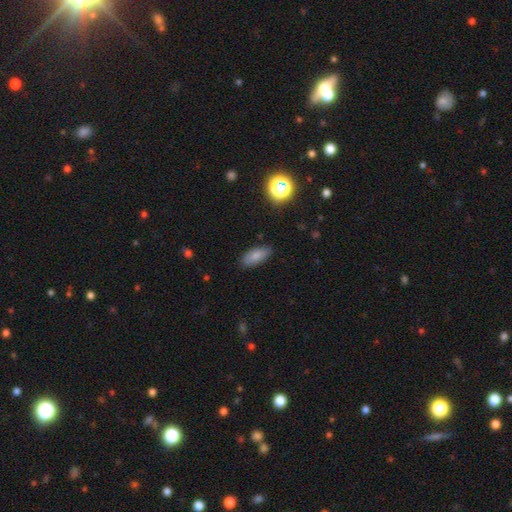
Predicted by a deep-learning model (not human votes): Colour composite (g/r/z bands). It shows a smooth galaxy with no disk features (82%) that is in between round and cigar-shaped (84%). Merging: none (85%).